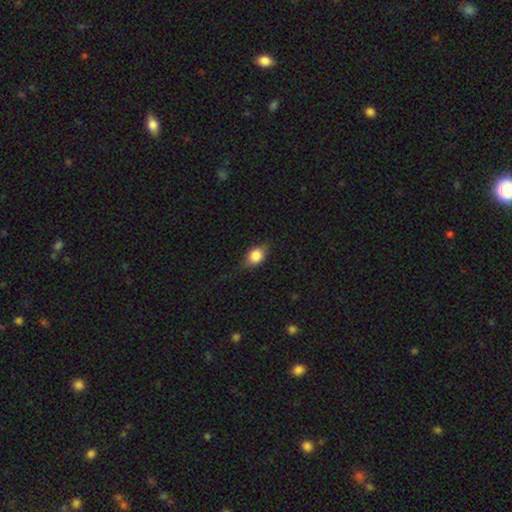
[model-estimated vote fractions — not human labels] Smooth or featured? smooth (73%)
How rounded? in between (55%)
Merging? none (68%)